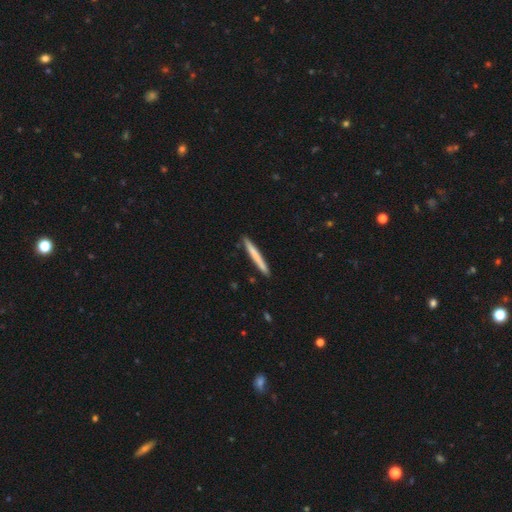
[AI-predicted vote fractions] smooth-or-featured: smooth: 70% | featured or disk: 25% | star or artifact: 5%
  how-rounded: cigar-shaped: 97% | in between: 2% | round: 1%
  merging: none: 91% | minor disturbance: 6% | merger: 1% | major disturbance: 1%